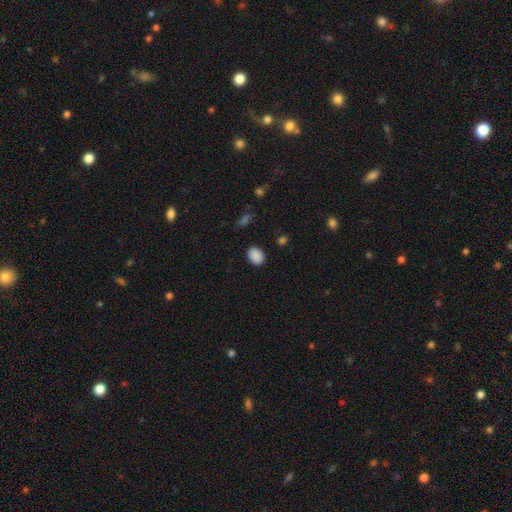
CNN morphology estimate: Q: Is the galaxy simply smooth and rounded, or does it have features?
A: smooth — 88%.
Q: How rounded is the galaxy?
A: in between — 73%.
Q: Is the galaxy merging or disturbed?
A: none — 87%.